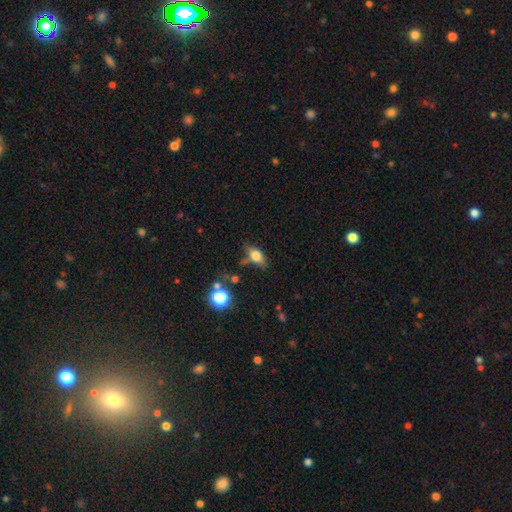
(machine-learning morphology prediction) Smooth or featured: smooth — 68% (featured or disk — 21%)
How rounded: in between — 78% (round — 11%)
Merging: none — 56% (minor disturbance — 25%)